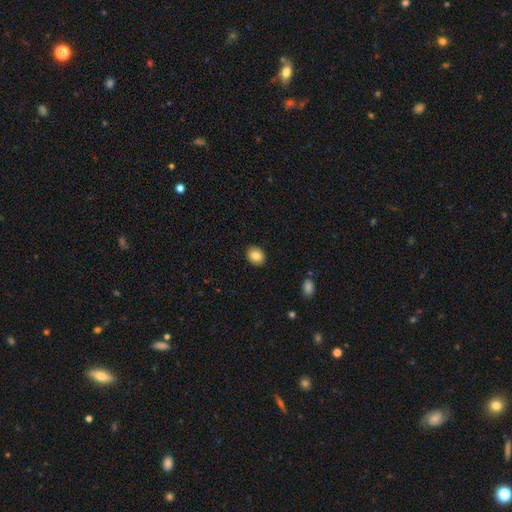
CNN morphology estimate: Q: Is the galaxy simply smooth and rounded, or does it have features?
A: smooth — 85%.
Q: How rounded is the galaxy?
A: in between — 50%.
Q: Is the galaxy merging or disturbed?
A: none — 90%.